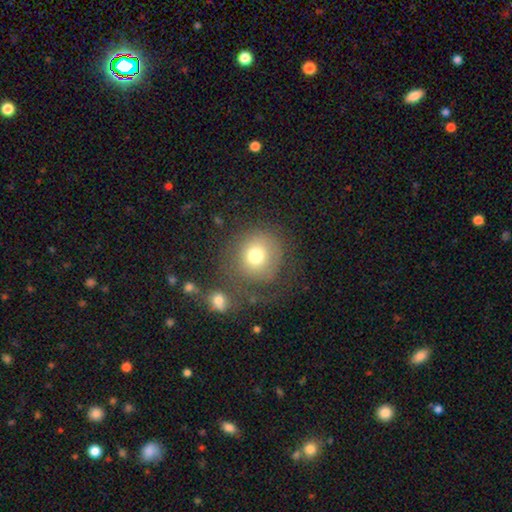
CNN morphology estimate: The model was most divided on "merging": none: 59%, minor disturbance: 15%, merger: 14%, major disturbance: 13%. More confident: how rounded — round (90%); smooth or featured — smooth (72%).